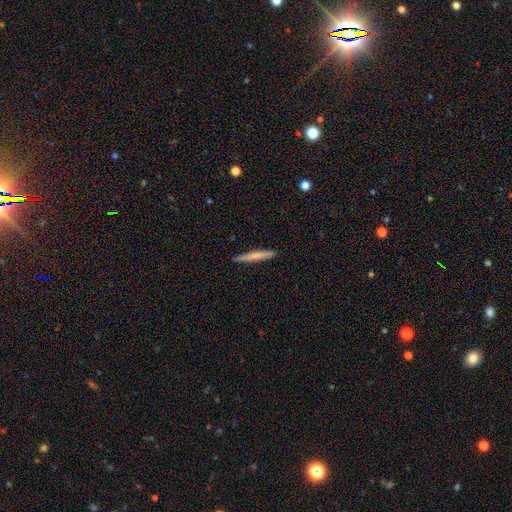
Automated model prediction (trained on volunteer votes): Q: Smooth or featured?
A: smooth (65%); runner-up: featured or disk (30%)
Q: How rounded?
A: cigar-shaped (96%); runner-up: in between (2%)
Q: Merging?
A: none (90%); runner-up: minor disturbance (7%)